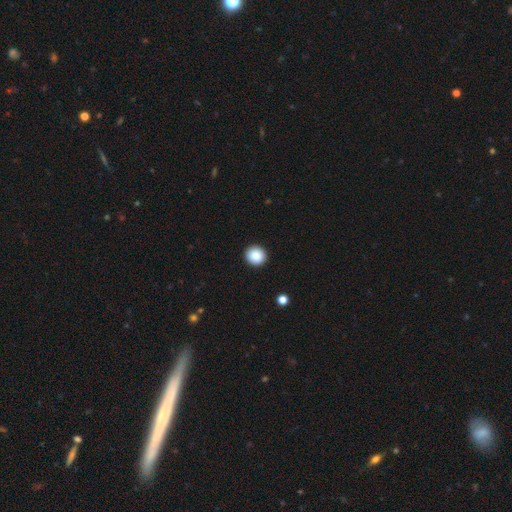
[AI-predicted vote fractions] The model was most divided on "smooth or featured": smooth: 89%, star or artifact: 8%, featured or disk: 3%. More confident: merging — none (93%); how rounded — round (93%).